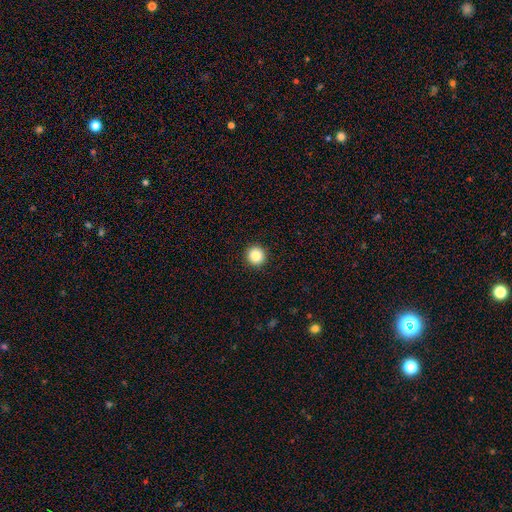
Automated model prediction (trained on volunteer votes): Smooth or featured: smooth — 86% (star or artifact — 10%)
How rounded: round — 95% (in between — 4%)
Merging: none — 93% (minor disturbance — 4%)